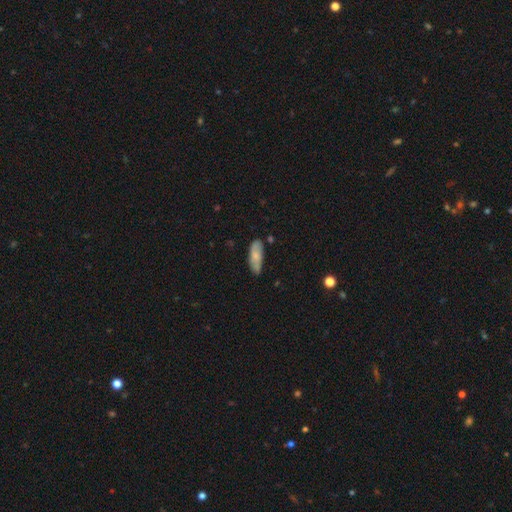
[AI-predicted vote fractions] Q: Smooth or featured?
A: smooth (68%); runner-up: featured or disk (26%)
Q: How rounded?
A: in between (73%); runner-up: cigar-shaped (25%)
Q: Merging?
A: none (72%); runner-up: minor disturbance (21%)